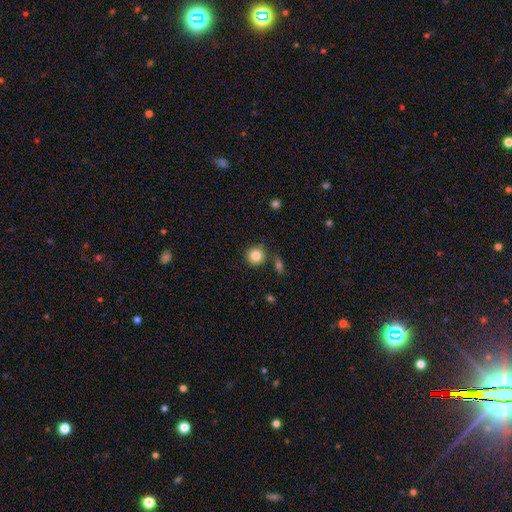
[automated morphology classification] Smooth or featured? smooth (84%)
How rounded? round (92%)
Merging? none (82%)